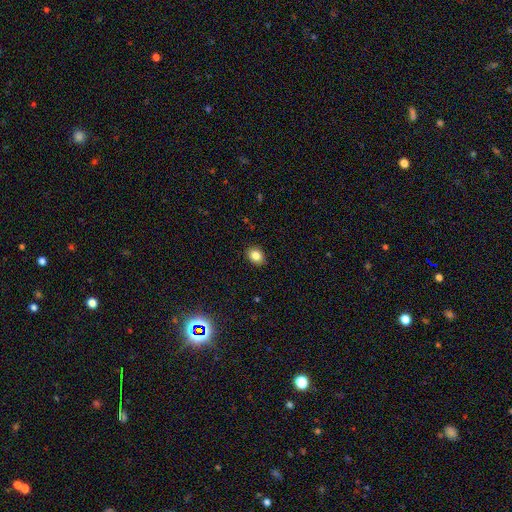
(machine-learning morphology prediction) Smooth or featured? Predicted: smooth (p=0.84). How rounded? Predicted: in between (p=0.60). Merging? Predicted: none (p=0.90).